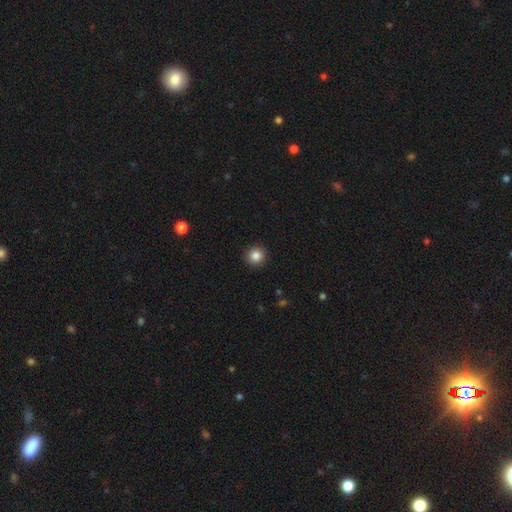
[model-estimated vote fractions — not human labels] The model was most divided on "smooth or featured": smooth: 85%, star or artifact: 10%, featured or disk: 5%. More confident: how rounded — round (95%); merging — none (93%).